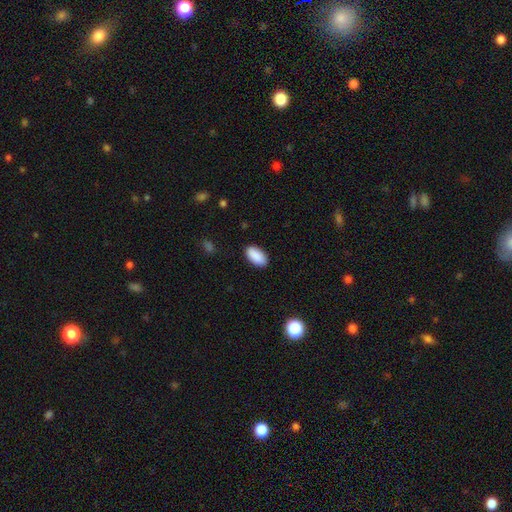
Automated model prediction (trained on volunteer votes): smooth-or-featured: smooth: 91% | star or artifact: 6% | featured or disk: 3%
  how-rounded: in between: 95% | cigar-shaped: 3% | round: 2%
  merging: none: 88% | minor disturbance: 9% | major disturbance: 2% | merger: 1%